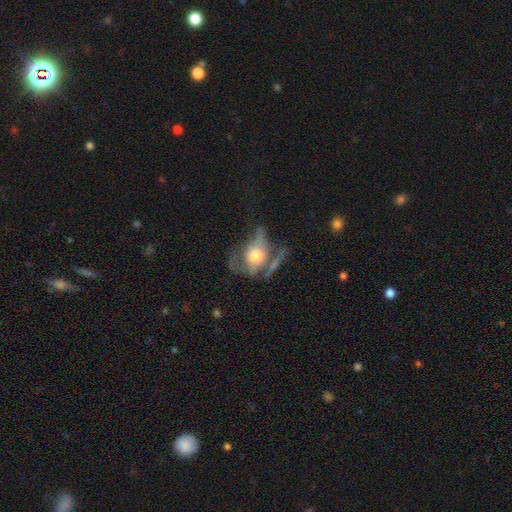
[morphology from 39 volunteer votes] This appears to be a smooth galaxy with no disk features (49%) that is in between round and cigar-shaped (74%). Merging: major disturbance (31%).